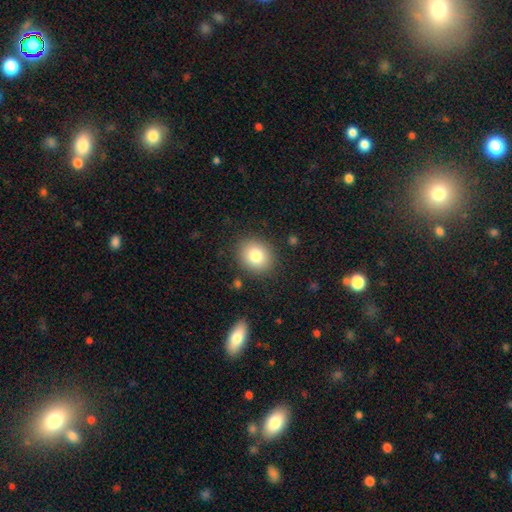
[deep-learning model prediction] Smooth or featured? smooth (81%)
How rounded? round (70%)
Merging? none (87%)